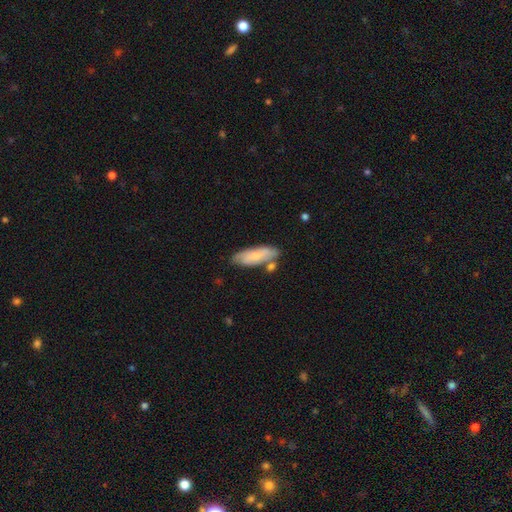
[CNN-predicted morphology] smooth_or_featured: smooth (p=0.67) [alt: featured or disk p=0.27]
how_rounded: in between (p=0.65) [alt: cigar-shaped p=0.33]
merging: none (p=0.64) [alt: minor disturbance p=0.20]